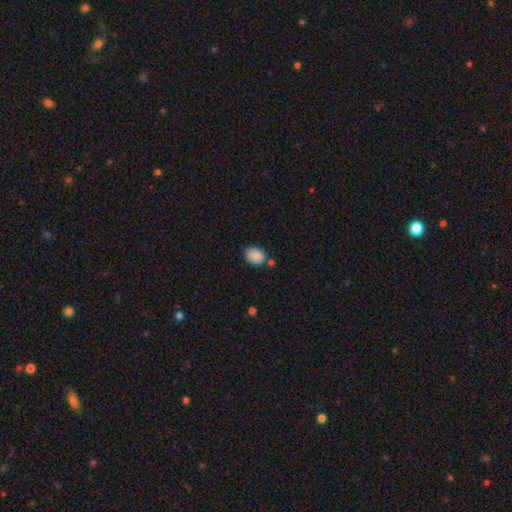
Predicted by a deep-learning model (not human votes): smooth 88%, star or artifact 8%, featured or disk 4%. Down the decision tree: how rounded — in between (68%); merging — none (73%).